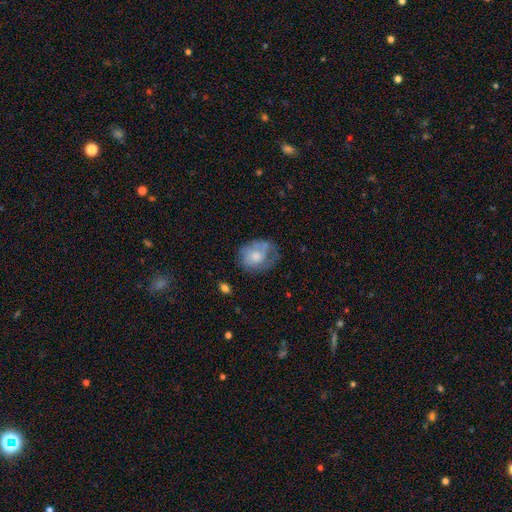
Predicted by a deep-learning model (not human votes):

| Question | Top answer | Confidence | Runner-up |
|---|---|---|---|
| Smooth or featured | smooth | 50% | featured or disk (43%) |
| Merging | none | 47% | minor disturbance (29%) |